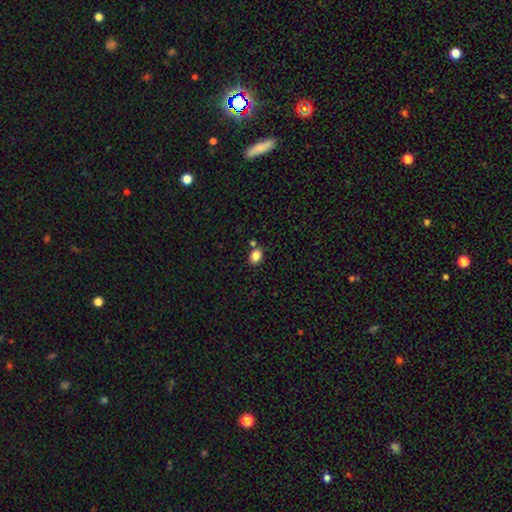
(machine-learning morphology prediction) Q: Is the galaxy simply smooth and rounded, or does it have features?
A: smooth — 84%.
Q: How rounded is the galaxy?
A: in between — 67%.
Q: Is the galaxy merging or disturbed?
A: none — 76%.